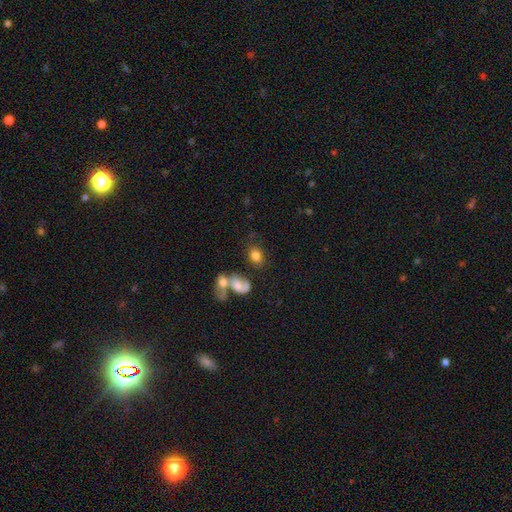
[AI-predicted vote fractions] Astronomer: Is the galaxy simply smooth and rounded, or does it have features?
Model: smooth — 78%.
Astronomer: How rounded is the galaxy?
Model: in between — 55% (runner-up: round, 43%).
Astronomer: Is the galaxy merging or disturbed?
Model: none — 57%.